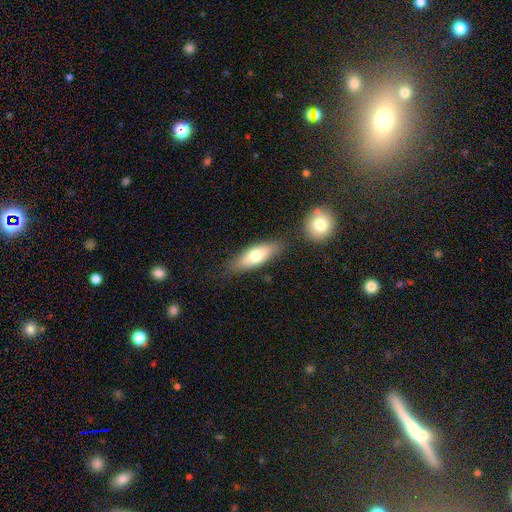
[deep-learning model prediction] Smooth or featured? smooth (67%)
How rounded? in between (67%)
Merging? none (76%)